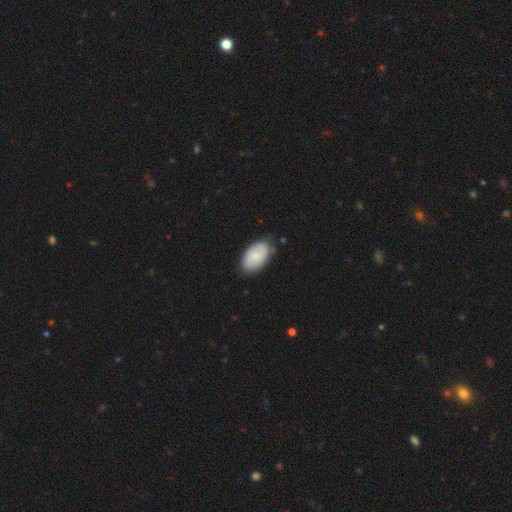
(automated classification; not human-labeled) A smooth galaxy with no disk features (75%) that is in between round and cigar-shaped (94%). Merging: none (76%).